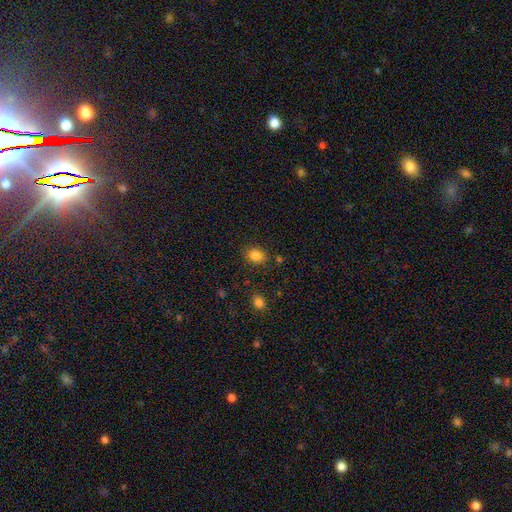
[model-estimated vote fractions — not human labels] Morphology: type=smooth (84%); roundness=in between (58%); merging=none (80%).